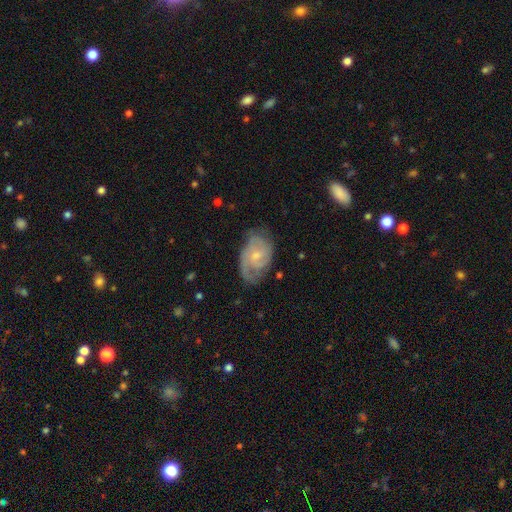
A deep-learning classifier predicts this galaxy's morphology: smooth-or-featured: featured or disk: 77% | smooth: 17% | star or artifact: 6%
  disk-edge-on: no: 97% | yes: 3%
    bar: no: 63% | weak: 33% | strong: 4%
    has-spiral-arms: yes: 93% | no: 7%
      spiral-winding: tight: 50% | medium: 38% | loose: 11%
      spiral-arm-count: 2: 48% | can't tell: 24% | 3: 15% | 1: 7% | 4: 3% | more than 4: 3%
    bulge-size: small: 55% | moderate: 37% | none: 5% | large: 2% | dominant: 1%
  merging: none: 63% | minor disturbance: 25% | major disturbance: 10% | merger: 2%